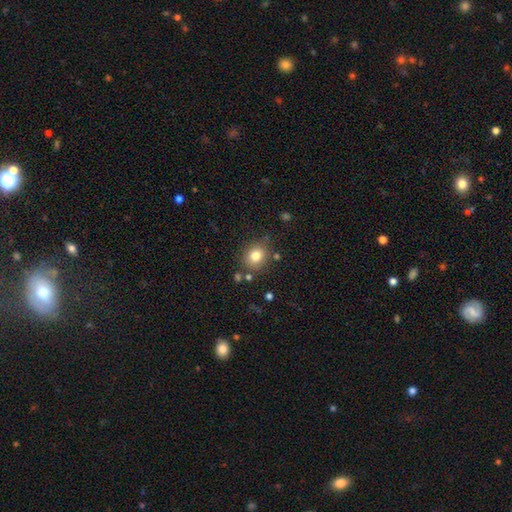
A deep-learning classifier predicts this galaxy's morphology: A smooth galaxy with no disk features (80%) that is round (68%).

Vote fractions:
- Smooth or featured? smooth: 80% / star or artifact: 12% / featured or disk: 9%
- How rounded? round: 68% / in between: 31% / cigar-shaped: 1%
- Merging? none: 79% / minor disturbance: 12% / merger: 5% / major disturbance: 4%